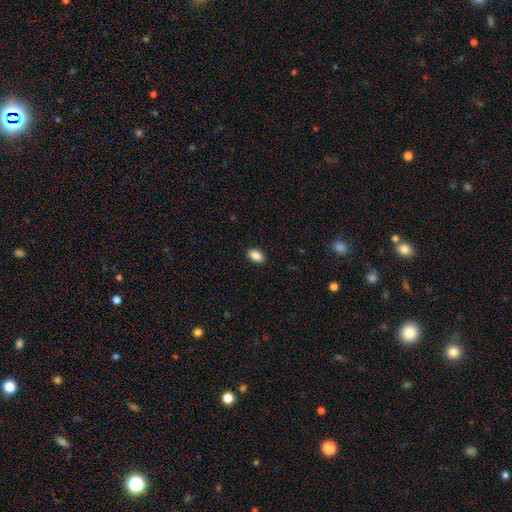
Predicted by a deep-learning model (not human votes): Morphology: type=smooth (88%); roundness=in between (91%); merging=none (90%).